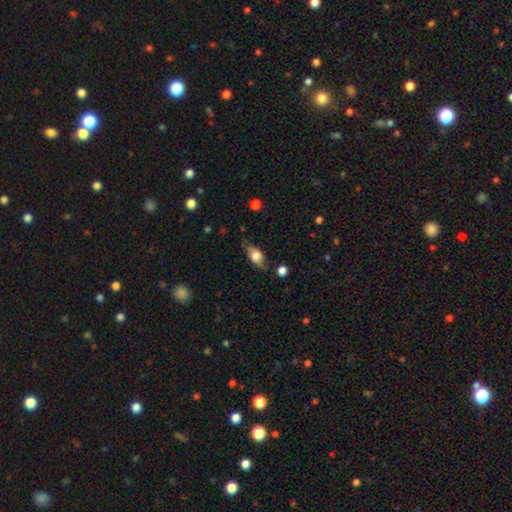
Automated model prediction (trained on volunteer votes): Smooth or featured? smooth (66%)
How rounded? in between (81%)
Merging? none (72%)